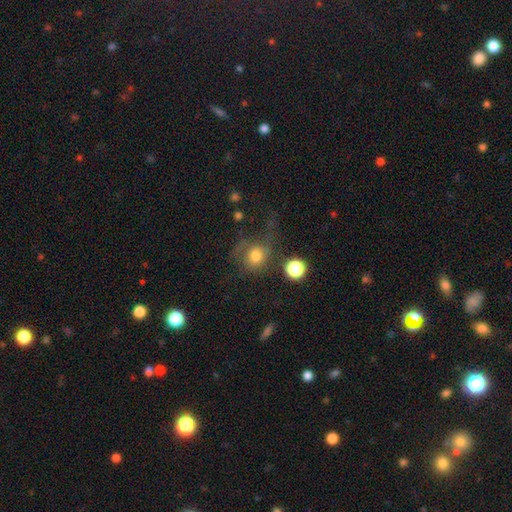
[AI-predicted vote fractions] smooth 69%, featured or disk 18%, star or artifact 14%. Down the decision tree: how rounded — round (78%); merging — none (36%).